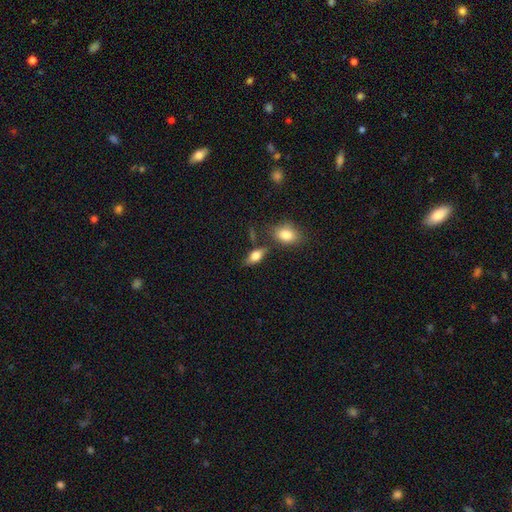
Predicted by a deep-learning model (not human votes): Overall: smooth (67%). How rounded: in between (79%). Merging: none (67%).